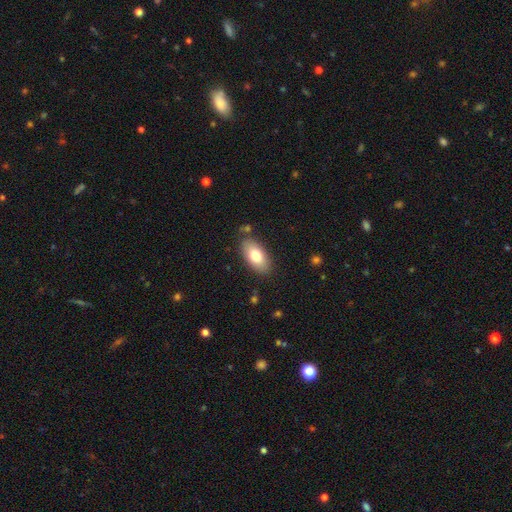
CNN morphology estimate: Smooth or featured? smooth (77%)
How rounded? in between (92%)
Merging? none (83%)